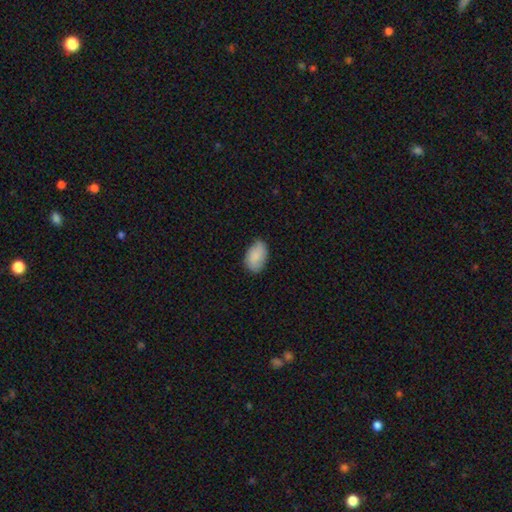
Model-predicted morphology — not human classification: This is clearly a smooth galaxy (86%). How rounded: clearly in between (91%). Merging: likely none (69%).